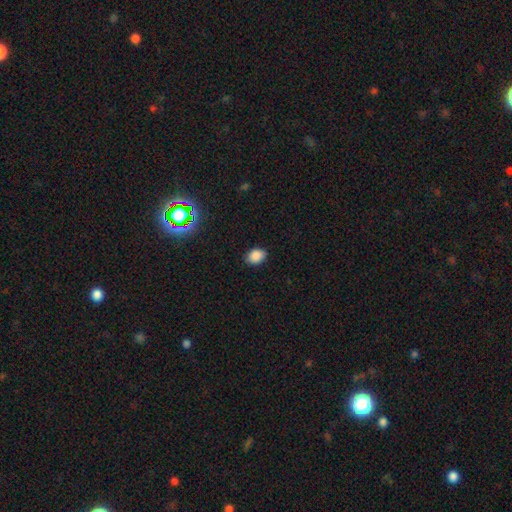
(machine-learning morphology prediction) Overall: smooth (86%). How rounded: in between (75%). Merging: none (86%).